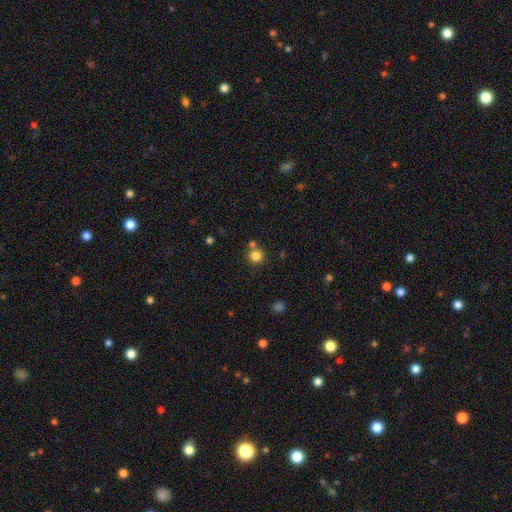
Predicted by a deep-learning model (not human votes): smooth-or-featured: smooth: 82% | star or artifact: 13% | featured or disk: 6%
  how-rounded: round: 92% | in between: 7% | cigar-shaped: 1%
  merging: none: 68% | merger: 21% | minor disturbance: 8% | major disturbance: 3%